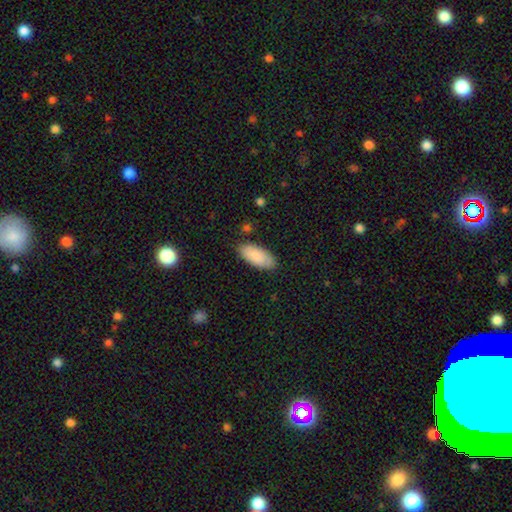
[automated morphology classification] smooth-or-featured: smooth: 87% | featured or disk: 7% | star or artifact: 6%
  how-rounded: in between: 90% | cigar-shaped: 9% | round: 2%
  merging: none: 83% | minor disturbance: 13% | major disturbance: 3% | merger: 2%